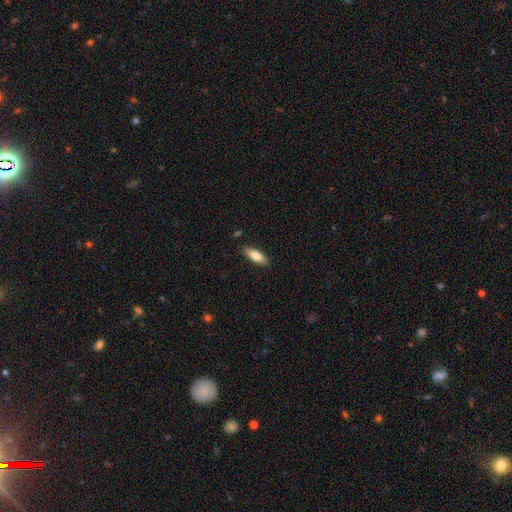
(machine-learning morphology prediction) Q: Smooth or featured?
A: smooth (77%); runner-up: featured or disk (17%)
Q: How rounded?
A: in between (54%); runner-up: cigar-shaped (44%)
Q: Merging?
A: none (87%); runner-up: minor disturbance (10%)